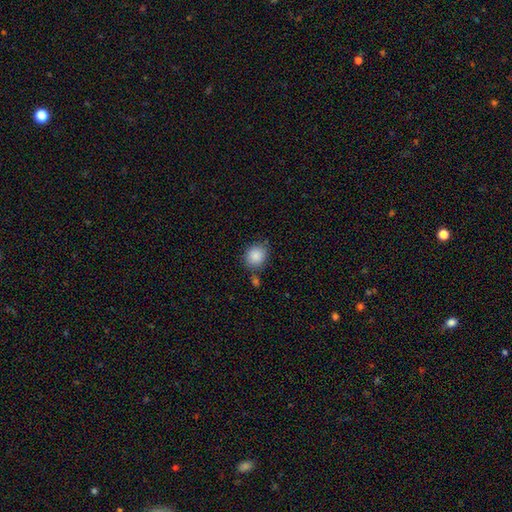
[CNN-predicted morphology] The model was most divided on "how rounded": round: 73%, in between: 26%, cigar-shaped: 1%. More confident: smooth or featured — smooth (88%); merging — none (72%).